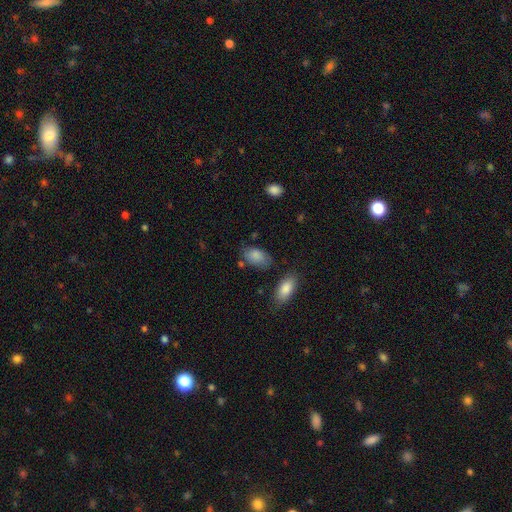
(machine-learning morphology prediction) smooth-or-featured: smooth: 84% | featured or disk: 9% | star or artifact: 7%
  how-rounded: in between: 92% | round: 6% | cigar-shaped: 2%
  merging: none: 63% | minor disturbance: 25% | major disturbance: 6% | merger: 5%